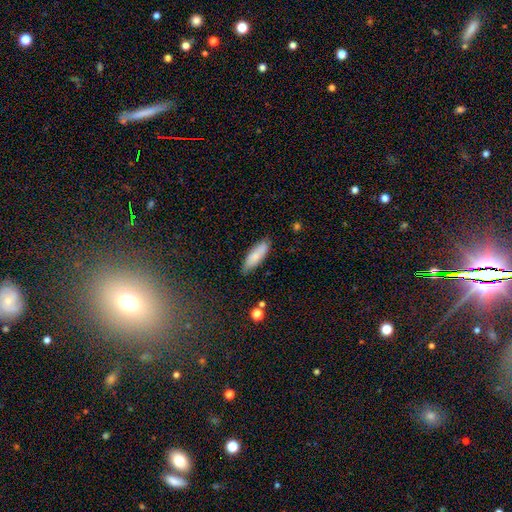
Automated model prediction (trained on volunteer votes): Smooth or featured?
  - smooth: 80% *
  - featured or disk: 13%
  - star or artifact: 6%
How rounded?
  - in between: 51% *
  - cigar-shaped: 47%
  - round: 2%
Merging?
  - none: 80% *
  - minor disturbance: 15%
  - major disturbance: 3%
  - merger: 2%